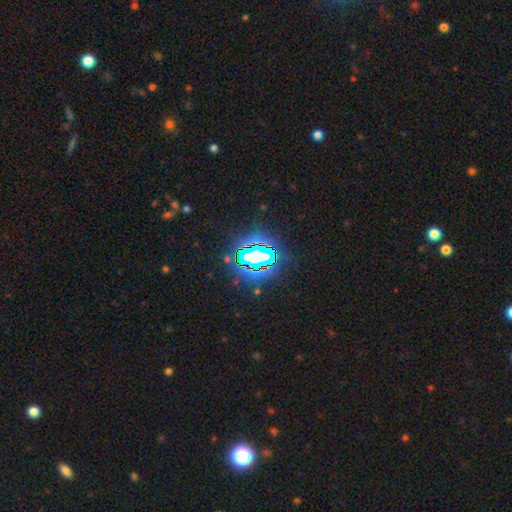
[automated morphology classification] A star or artifact, not a galaxy (71%).

Vote fractions:
- Smooth or featured? star or artifact: 71% / smooth: 16% / featured or disk: 12%